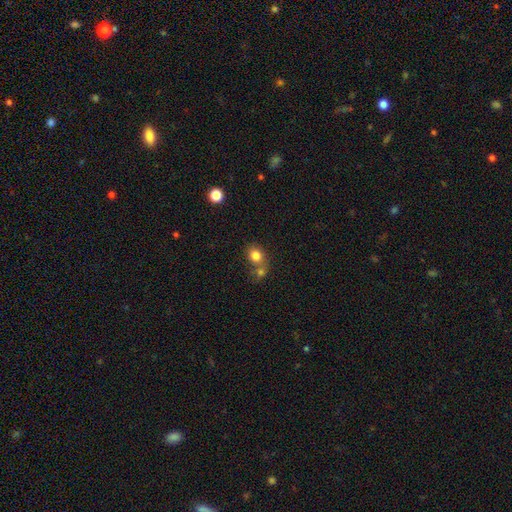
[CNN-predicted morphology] smooth_or_featured: smooth (p=0.81) [alt: star or artifact p=0.11]
how_rounded: round (p=0.64) [alt: in between p=0.35]
merging: none (p=0.46) [alt: merger p=0.39]